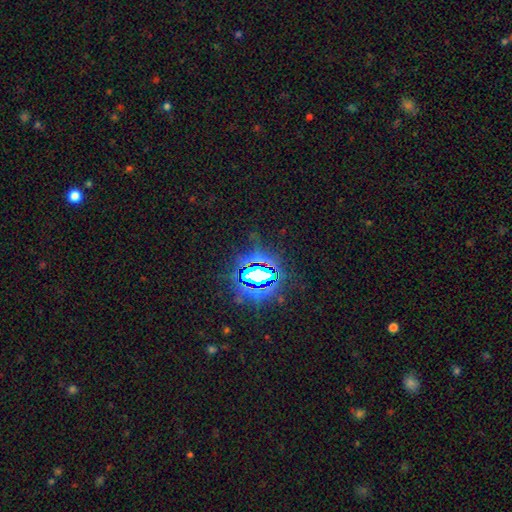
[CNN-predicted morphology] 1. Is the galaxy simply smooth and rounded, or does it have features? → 79% star or artifact, 12% smooth, 9% featured or disk.